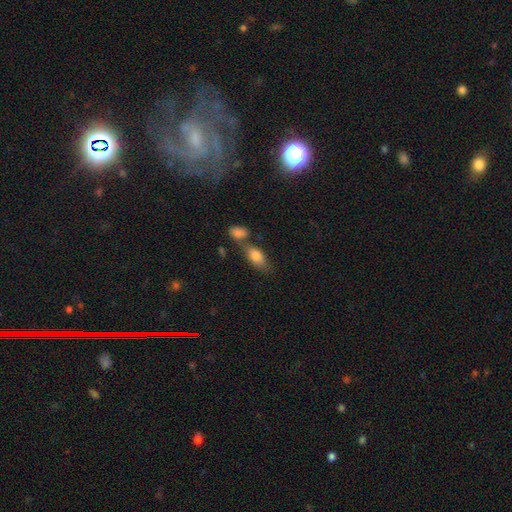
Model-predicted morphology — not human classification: Smooth or featured? Predicted: smooth (p=0.79). How rounded? Predicted: in between (p=0.87). Merging? Predicted: none (p=0.48).